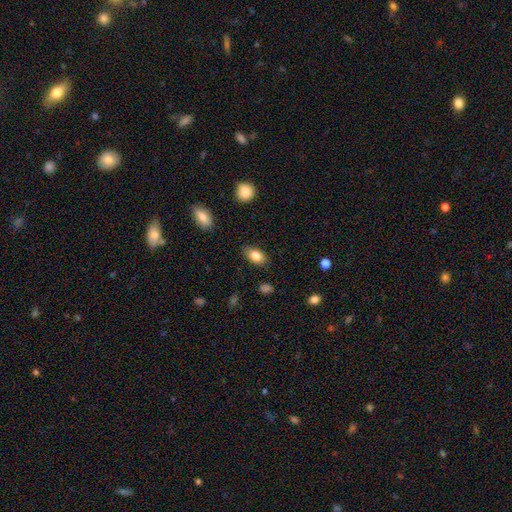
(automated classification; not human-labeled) smooth 83%, featured or disk 10%, star or artifact 8%. Down the decision tree: how rounded — in between (88%); merging — none (85%).